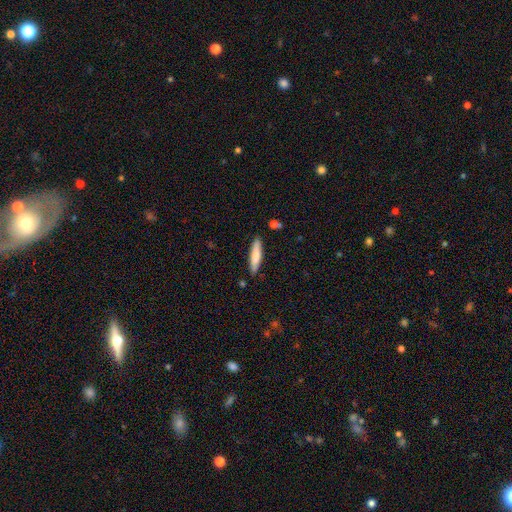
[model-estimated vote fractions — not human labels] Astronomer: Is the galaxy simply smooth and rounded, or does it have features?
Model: smooth — 77%.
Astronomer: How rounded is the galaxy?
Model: cigar-shaped — 81%.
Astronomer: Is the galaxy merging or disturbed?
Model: none — 86%.